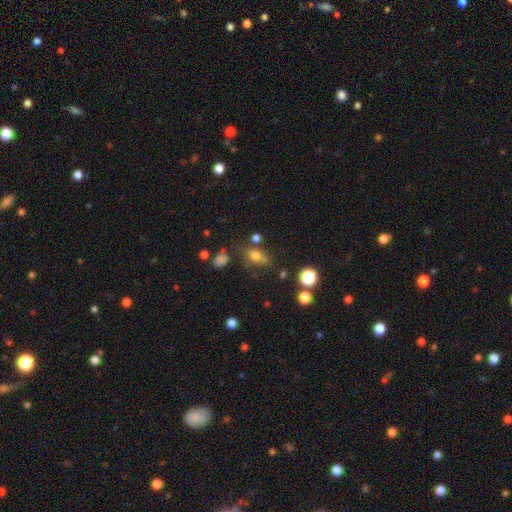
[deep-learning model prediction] Q: Smooth or featured?
A: smooth (70%); runner-up: star or artifact (16%)
Q: How rounded?
A: in between (71%); runner-up: round (22%)
Q: Merging?
A: none (60%); runner-up: minor disturbance (22%)